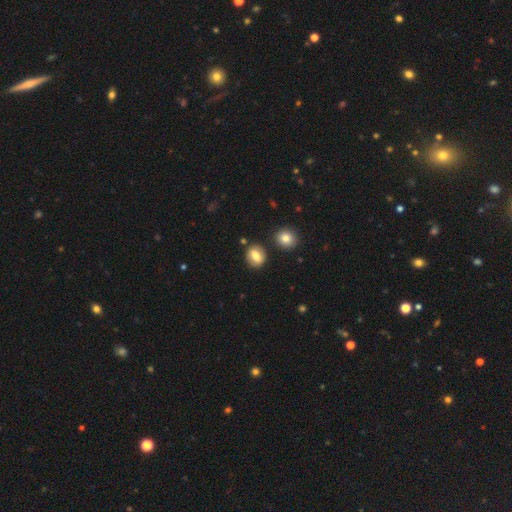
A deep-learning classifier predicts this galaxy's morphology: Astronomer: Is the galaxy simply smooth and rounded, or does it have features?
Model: smooth — 77%.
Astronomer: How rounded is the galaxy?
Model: round — 50% (runner-up: in between, 49%).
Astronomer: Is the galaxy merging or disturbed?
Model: none — 81%.